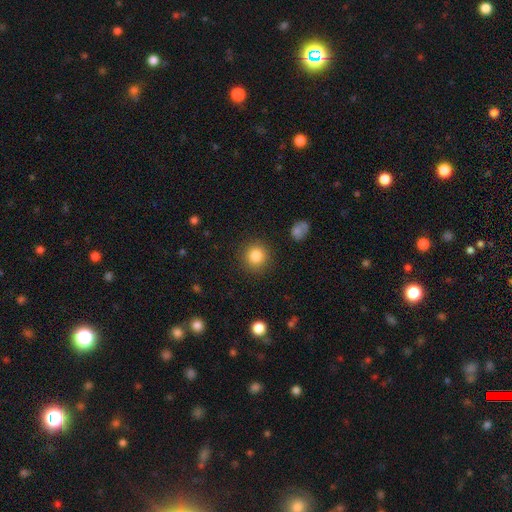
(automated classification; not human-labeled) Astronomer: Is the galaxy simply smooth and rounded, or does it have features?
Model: smooth — 85%.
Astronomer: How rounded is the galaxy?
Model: round — 92%.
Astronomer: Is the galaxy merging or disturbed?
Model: none — 89%.